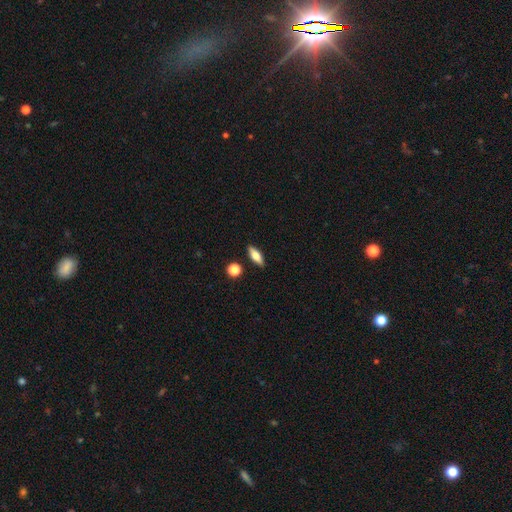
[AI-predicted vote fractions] smooth-or-featured: smooth: 66% | featured or disk: 27% | star or artifact: 7%
  how-rounded: in between: 64% | cigar-shaped: 31% | round: 4%
  merging: none: 87% | minor disturbance: 8% | merger: 3% | major disturbance: 2%